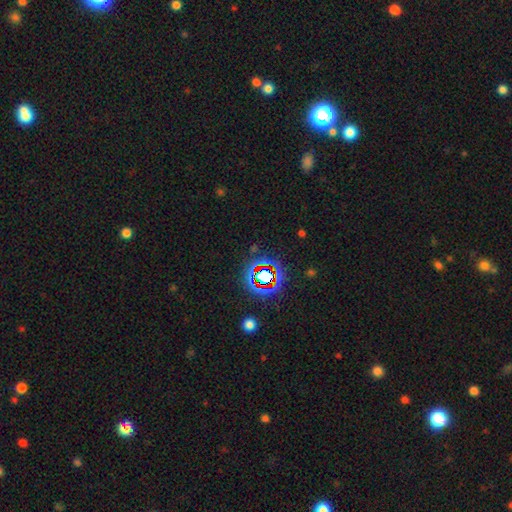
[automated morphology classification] A star or artifact, not a galaxy (56%).

Vote fractions:
- Smooth or featured? star or artifact: 56% / featured or disk: 23% / smooth: 21%